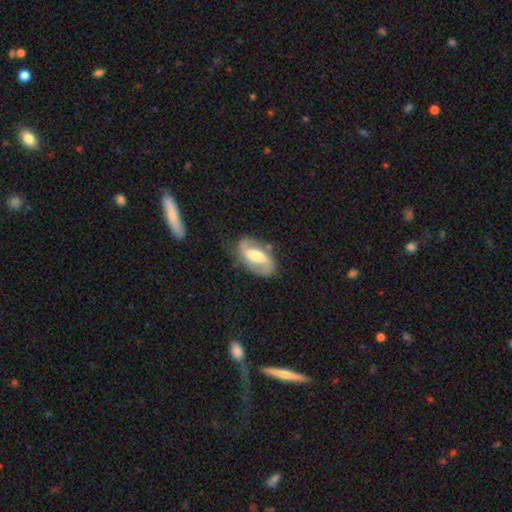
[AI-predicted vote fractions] Smooth or featured? featured or disk (81%)
Edge-on disk? no (96%)
Bar? weak (42%)
Spiral arms? yes (93%)
Spiral winding? medium (48%)
Spiral arm count? 2 (91%)
Bulge size? moderate (58%)
Merging? none (75%)